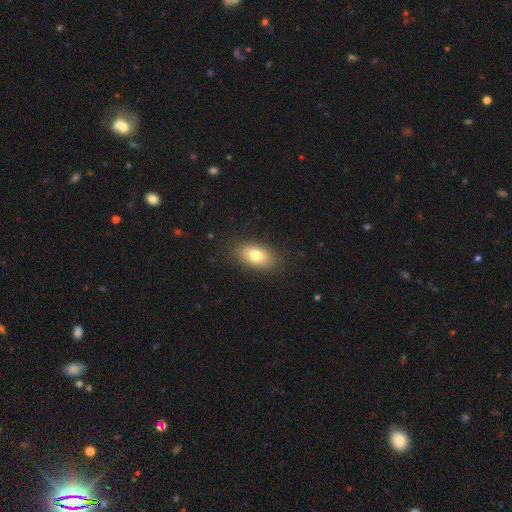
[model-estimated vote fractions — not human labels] The model was most divided on "smooth or featured": smooth: 77%, featured or disk: 14%, star or artifact: 9%. More confident: how rounded — in between (88%); merging — none (85%).